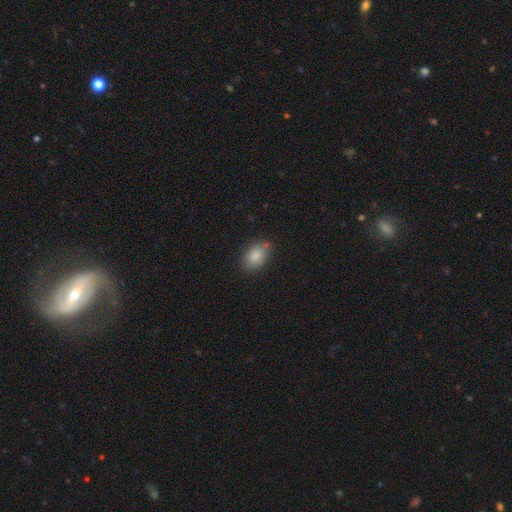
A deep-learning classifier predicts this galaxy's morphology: Overall: smooth (85%). How rounded: in between (85%). Merging: none (73%).